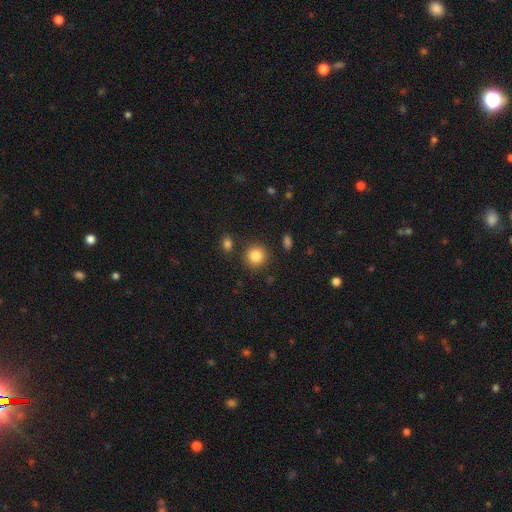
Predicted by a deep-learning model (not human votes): smooth 85%, star or artifact 10%, featured or disk 5%. Down the decision tree: how rounded — round (90%); merging — none (85%).